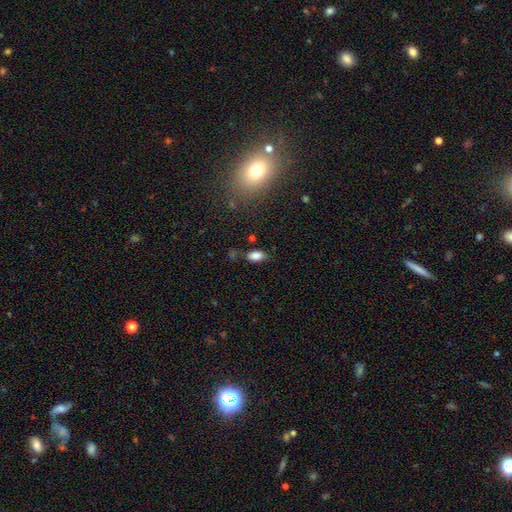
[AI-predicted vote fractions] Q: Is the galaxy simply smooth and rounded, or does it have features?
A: smooth — 84%.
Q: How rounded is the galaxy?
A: in between — 91%.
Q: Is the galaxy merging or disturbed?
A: none — 74%.